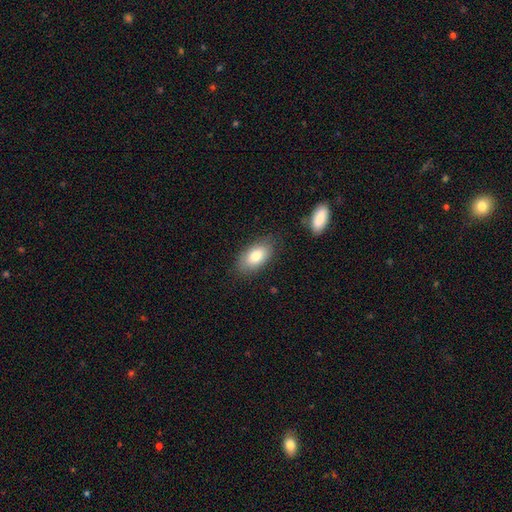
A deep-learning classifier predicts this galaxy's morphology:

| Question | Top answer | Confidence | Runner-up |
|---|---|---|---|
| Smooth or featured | smooth | 79% | featured or disk (14%) |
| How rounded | in between | 92% | round (5%) |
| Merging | none | 81% | minor disturbance (14%) |